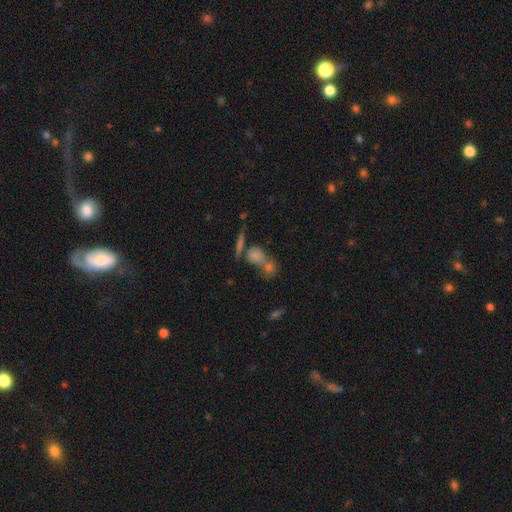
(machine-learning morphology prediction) A smooth galaxy with no disk features (54%) that is round (52%). Merging: merger (44%).